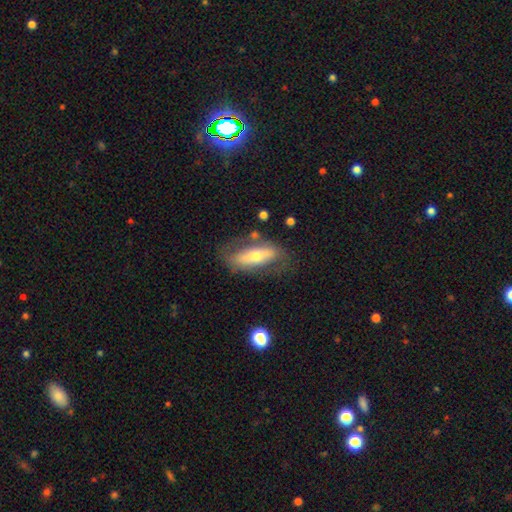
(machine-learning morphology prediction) smooth-or-featured: featured or disk: 49% | smooth: 44% | star or artifact: 7%
  merging: none: 67% | minor disturbance: 19% | major disturbance: 10% | merger: 4%